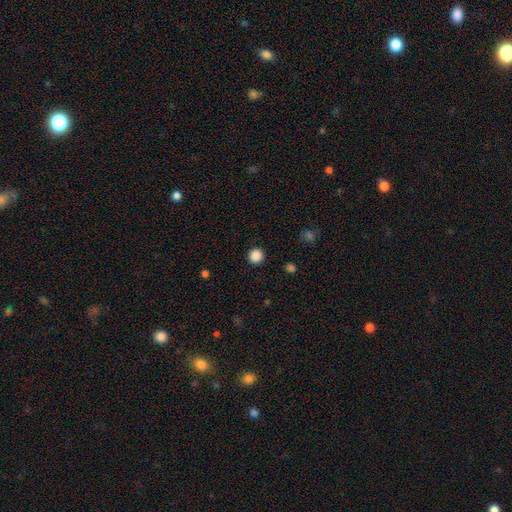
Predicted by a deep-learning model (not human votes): Smooth or featured?
  - smooth: 87% *
  - star or artifact: 10%
  - featured or disk: 3%
How rounded?
  - round: 91% *
  - in between: 8%
  - cigar-shaped: 1%
Merging?
  - none: 92% *
  - minor disturbance: 5%
  - major disturbance: 2%
  - merger: 1%